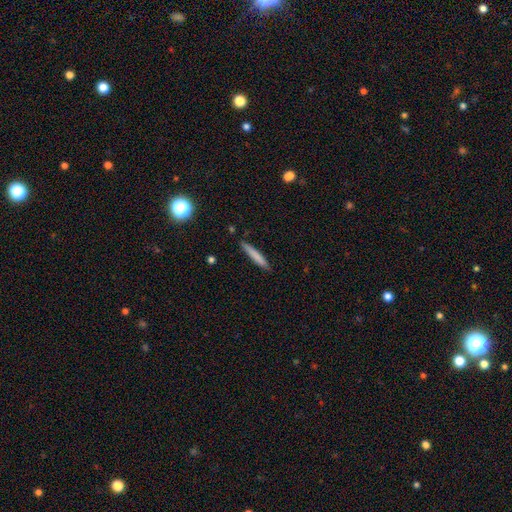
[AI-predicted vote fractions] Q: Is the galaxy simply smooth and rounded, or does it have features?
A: smooth — 76%.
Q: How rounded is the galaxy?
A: cigar-shaped — 94%.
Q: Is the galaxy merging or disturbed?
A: none — 87%.